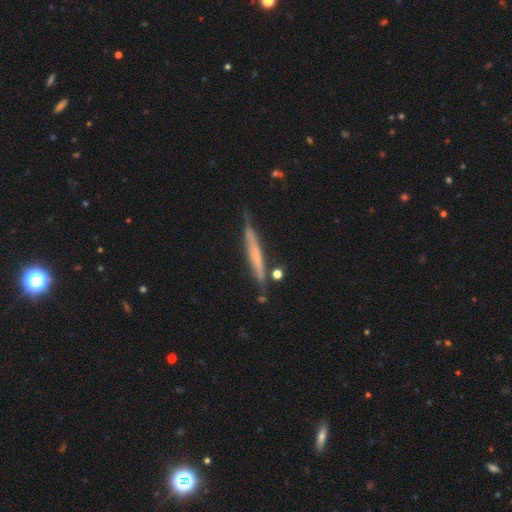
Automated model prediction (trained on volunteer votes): This appears to be a featured or disk galaxy (50%). Merging: none (74%).